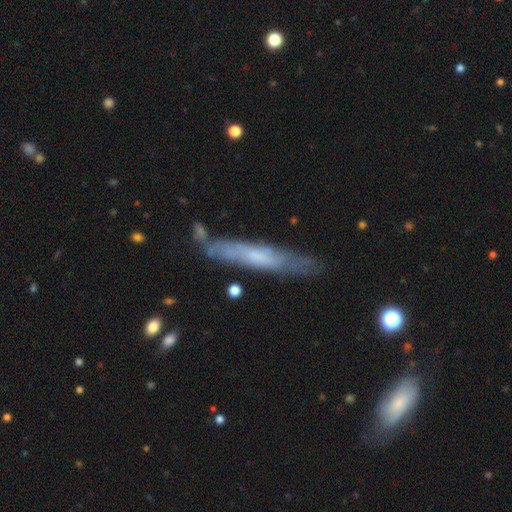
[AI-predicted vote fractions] The model was most divided on "smooth or featured": featured or disk: 52%, smooth: 41%, star or artifact: 7%. More confident: edge-on disk — yes (72%); merging — none (72%).